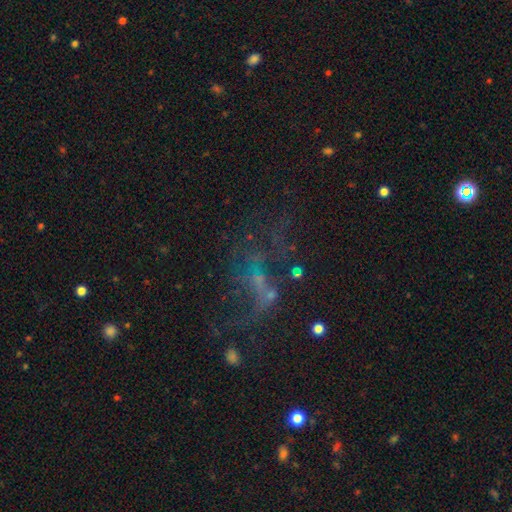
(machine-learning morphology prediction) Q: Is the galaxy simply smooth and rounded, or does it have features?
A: featured or disk — 39%.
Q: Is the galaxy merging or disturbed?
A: none — 46%.